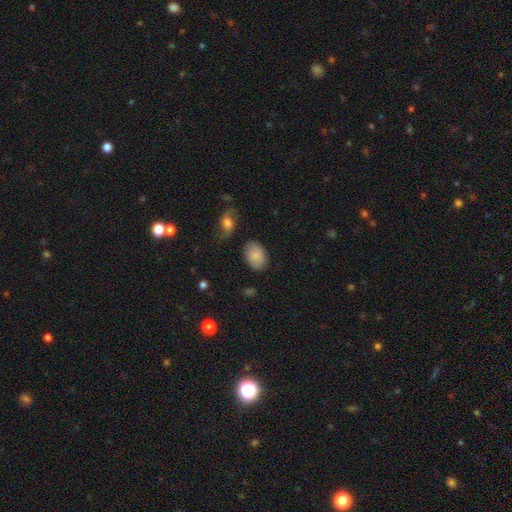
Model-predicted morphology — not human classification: smooth-or-featured: smooth: 83% | featured or disk: 10% | star or artifact: 7%
  how-rounded: in between: 79% | round: 20% | cigar-shaped: 1%
  merging: none: 78% | minor disturbance: 15% | major disturbance: 4% | merger: 3%